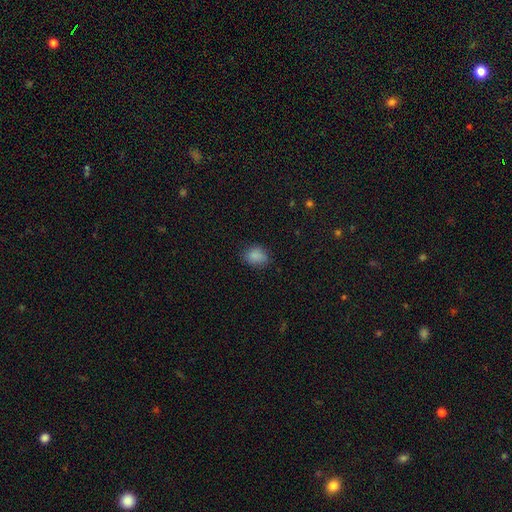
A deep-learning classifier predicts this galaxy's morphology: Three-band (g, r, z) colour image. It shows a smooth galaxy with no disk features (85%) that is in between round and cigar-shaped (60%). Merging: none (74%).